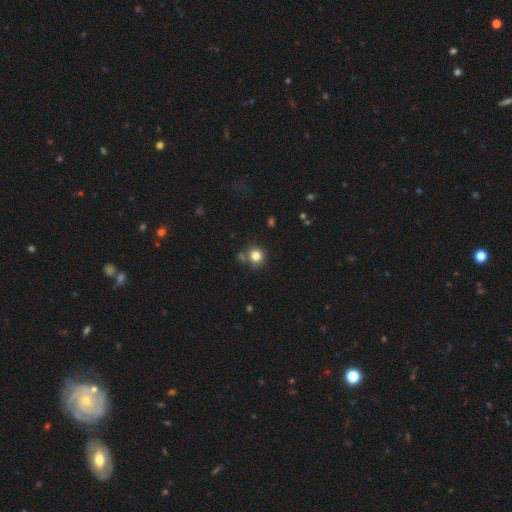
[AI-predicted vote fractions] smooth 81%, star or artifact 12%, featured or disk 7%. Down the decision tree: how rounded — round (88%); merging — none (73%).